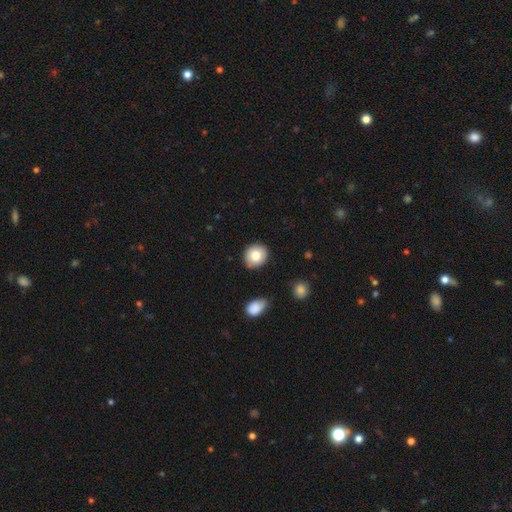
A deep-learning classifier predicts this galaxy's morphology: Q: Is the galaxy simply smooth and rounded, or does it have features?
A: smooth — 79%.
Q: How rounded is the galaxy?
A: round — 82%.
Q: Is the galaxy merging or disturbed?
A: none — 87%.